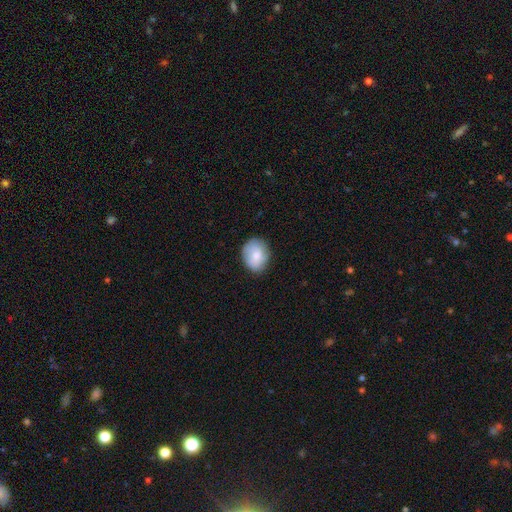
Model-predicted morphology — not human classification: smooth_or_featured: smooth (p=0.77) [alt: featured or disk p=0.16]
how_rounded: in between (p=0.50) [alt: round p=0.49]
merging: none (p=0.79) [alt: minor disturbance p=0.16]